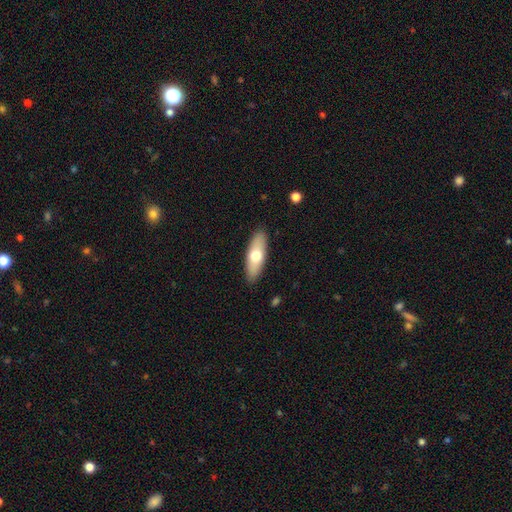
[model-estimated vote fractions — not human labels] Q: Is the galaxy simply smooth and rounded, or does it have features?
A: smooth — 64%.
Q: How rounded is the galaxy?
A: in between — 63%.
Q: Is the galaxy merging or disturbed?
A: none — 89%.